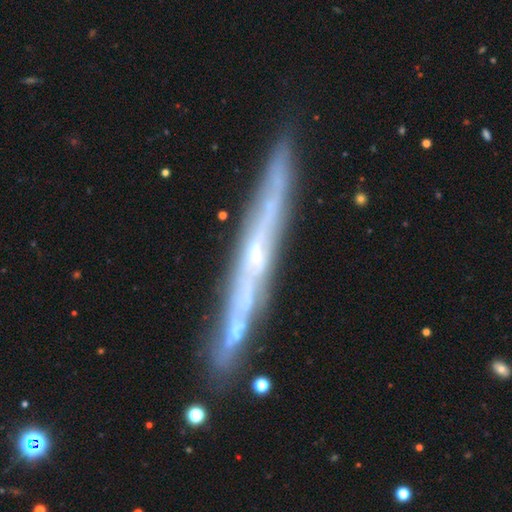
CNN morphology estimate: Smooth or featured? Predicted: featured or disk (p=0.78). Edge-on disk? Predicted: yes (p=0.93). Edge-on bulge? Predicted: none (p=0.64). Merging? Predicted: none (p=0.86).